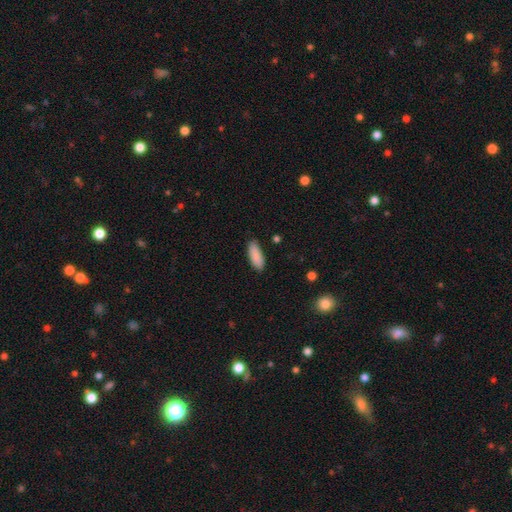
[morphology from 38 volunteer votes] smooth_or_featured: smooth (p=0.89) [alt: star or artifact p=0.08]
how_rounded: in between (p=0.71) [alt: cigar-shaped p=0.29]
merging: none (p=0.86) [alt: minor disturbance p=0.11]